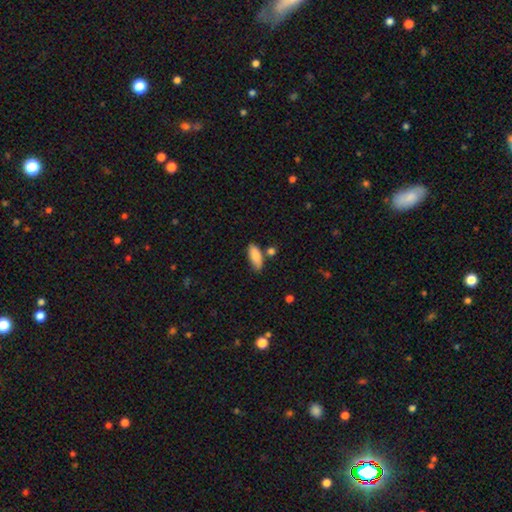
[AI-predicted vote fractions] Smooth or featured?
  - smooth: 85% *
  - featured or disk: 9%
  - star or artifact: 6%
How rounded?
  - in between: 79% *
  - cigar-shaped: 19%
  - round: 2%
Merging?
  - none: 74% *
  - minor disturbance: 14%
  - merger: 9%
  - major disturbance: 3%